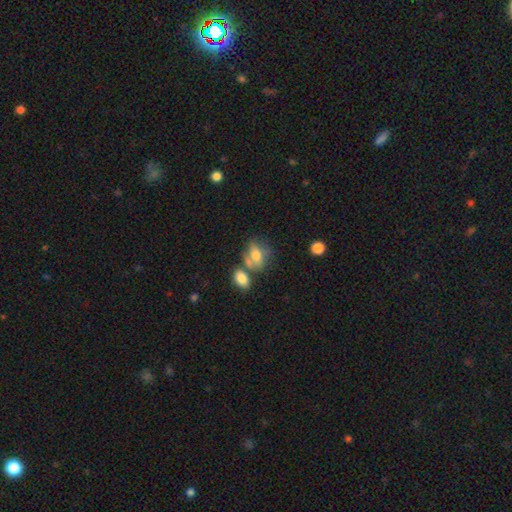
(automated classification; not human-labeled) A smooth galaxy with no disk features (67%) that is in between round and cigar-shaped (72%). Merging: none (39%).